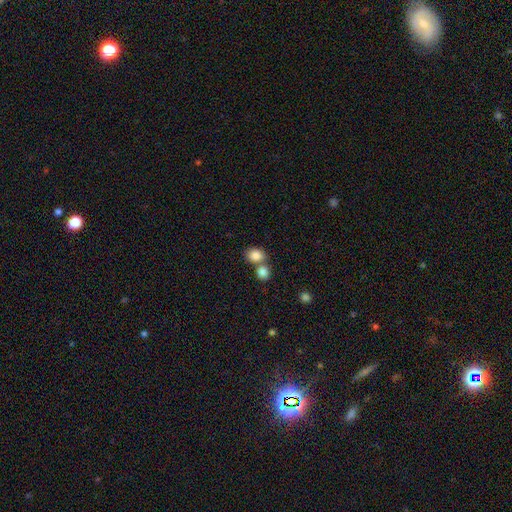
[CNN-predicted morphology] This appears to be a smooth galaxy with no disk features (85%) that is round (59%). Merging: none (48%).